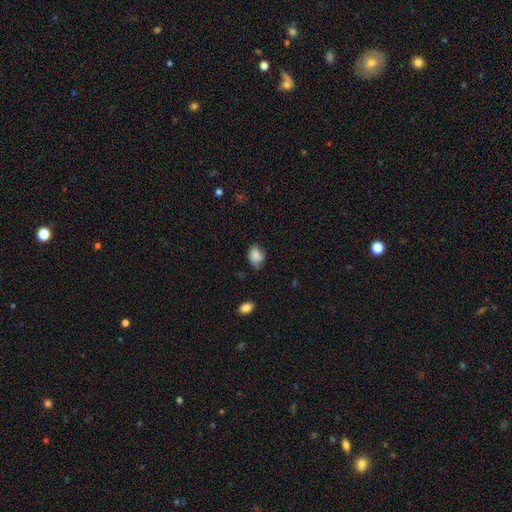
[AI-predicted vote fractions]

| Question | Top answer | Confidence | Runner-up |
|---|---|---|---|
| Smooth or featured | smooth | 78% | featured or disk (13%) |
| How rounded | in between | 70% | round (29%) |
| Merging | none | 49% | minor disturbance (36%) |